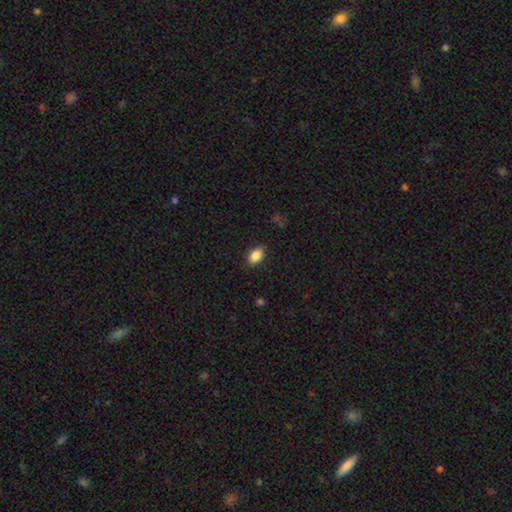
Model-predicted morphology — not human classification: Q: Smooth or featured?
A: smooth (88%); runner-up: star or artifact (8%)
Q: How rounded?
A: in between (88%); runner-up: round (11%)
Q: Merging?
A: none (87%); runner-up: minor disturbance (9%)